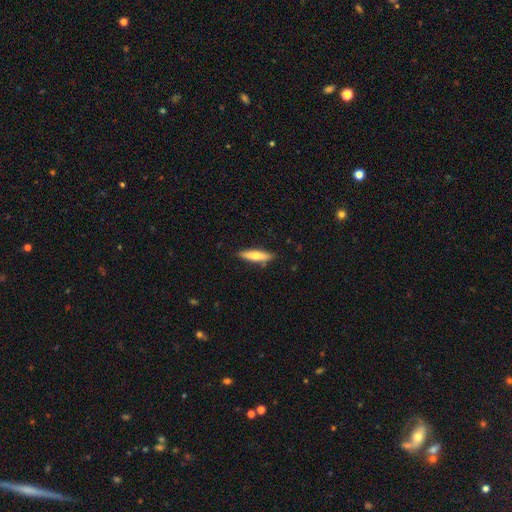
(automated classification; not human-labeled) smooth-or-featured: smooth: 65% | featured or disk: 29% | star or artifact: 6%
  how-rounded: cigar-shaped: 75% | in between: 23% | round: 2%
  merging: none: 85% | minor disturbance: 12% | major disturbance: 2% | merger: 2%